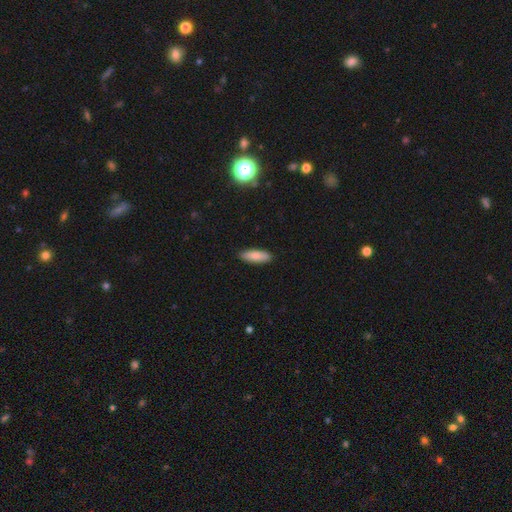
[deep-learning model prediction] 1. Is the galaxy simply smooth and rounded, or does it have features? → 83% smooth, 11% featured or disk, 6% star or artifact.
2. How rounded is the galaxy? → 60% in between, 38% cigar-shaped, 2% round.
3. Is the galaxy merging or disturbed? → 90% none, 8% minor disturbance, 2% major disturbance, 1% merger.